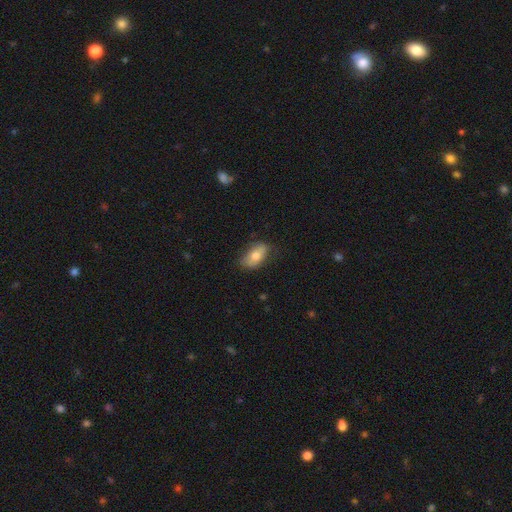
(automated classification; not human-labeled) smooth_or_featured: smooth (p=0.72) [alt: featured or disk p=0.21]
how_rounded: in between (p=0.90) [alt: round p=0.06]
merging: none (p=0.74) [alt: minor disturbance p=0.20]